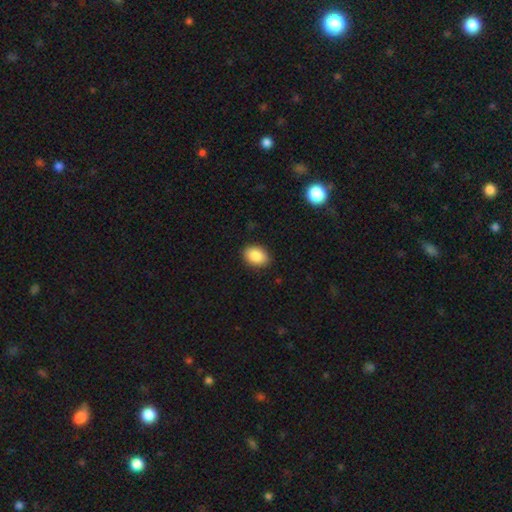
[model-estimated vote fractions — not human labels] Smooth or featured? smooth (89%)
How rounded? in between (81%)
Merging? none (88%)